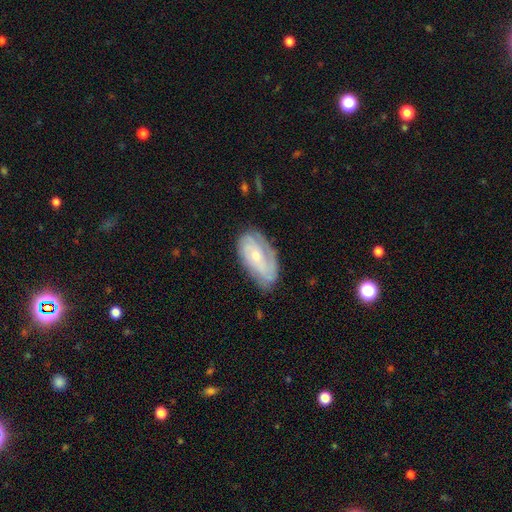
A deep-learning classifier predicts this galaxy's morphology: smooth_or_featured: featured or disk (p=0.69) [alt: smooth p=0.25]
disk_edge_on: no (p=0.94) [alt: yes p=0.06]
bar: no (p=0.67) [alt: weak p=0.26]
has_spiral_arms: yes (p=0.84) [alt: no p=0.16]
spiral_winding: tight (p=0.55) [alt: medium p=0.32]
spiral_arm_count: 2 (p=0.39) [alt: can't tell p=0.36]
bulge_size: small (p=0.60) [alt: moderate p=0.37]
merging: none (p=0.65) [alt: minor disturbance p=0.25]